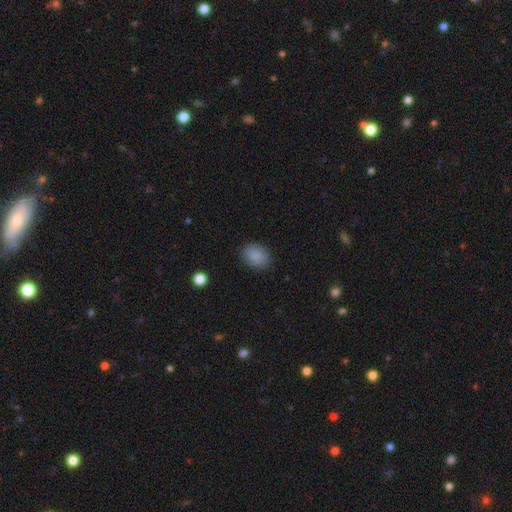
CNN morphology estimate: Smooth or featured: smooth — 88% (star or artifact — 9%)
How rounded: in between — 61% (round — 38%)
Merging: none — 86% (minor disturbance — 11%)